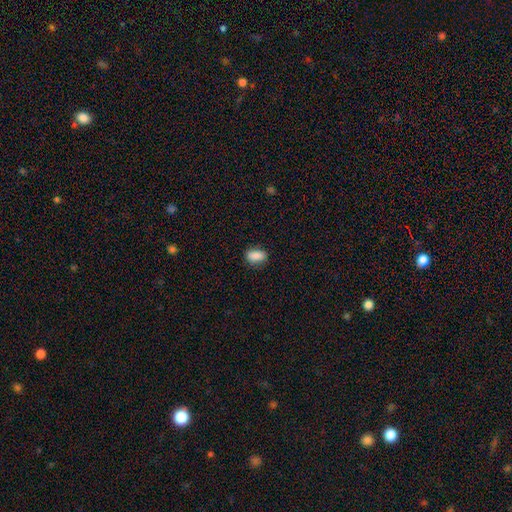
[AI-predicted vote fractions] A smooth galaxy with no disk features (87%) that is in between round and cigar-shaped (85%).

Vote fractions:
- Smooth or featured? smooth: 87% / star or artifact: 8% / featured or disk: 5%
- How rounded? in between: 85% / round: 8% / cigar-shaped: 7%
- Merging? none: 83% / minor disturbance: 13% / major disturbance: 3% / merger: 1%